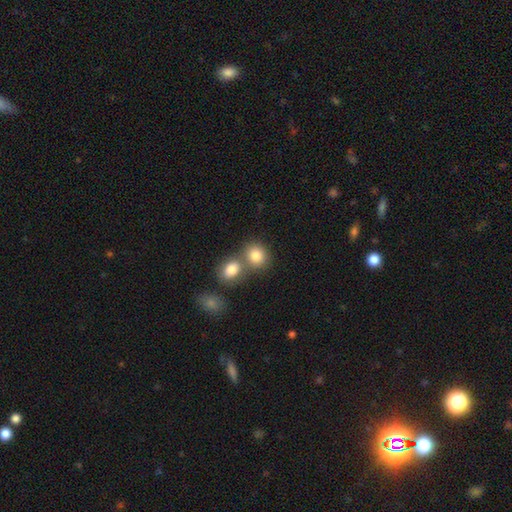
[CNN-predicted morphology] A smooth galaxy with no disk features (83%) that is round (69%).

Vote fractions:
- Smooth or featured? smooth: 83% / star or artifact: 9% / featured or disk: 8%
- How rounded? round: 69% / in between: 30% / cigar-shaped: 1%
- Merging? merger: 45% / none: 44% / minor disturbance: 8% / major disturbance: 3%